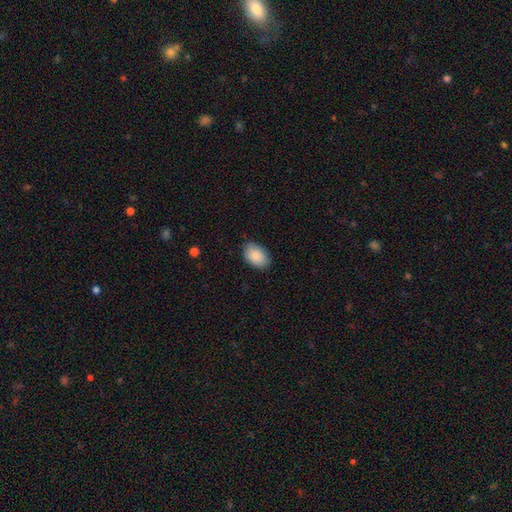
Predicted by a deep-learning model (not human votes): Smooth or featured?
  - smooth: 88% *
  - star or artifact: 6%
  - featured or disk: 5%
How rounded?
  - in between: 90% *
  - round: 9%
  - cigar-shaped: 1%
Merging?
  - none: 82% *
  - minor disturbance: 14%
  - major disturbance: 3%
  - merger: 1%